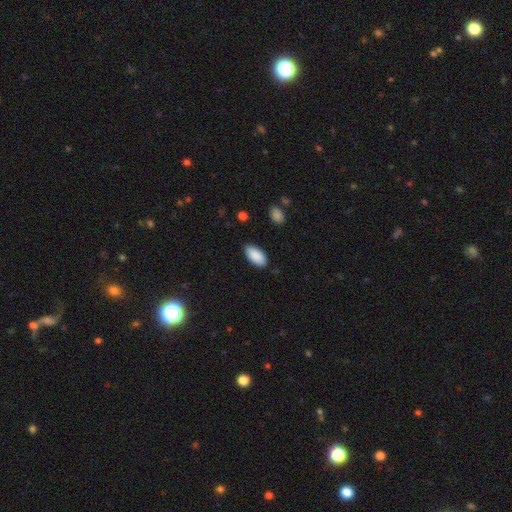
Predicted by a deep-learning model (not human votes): smooth 90%, star or artifact 6%, featured or disk 4%. Down the decision tree: how rounded — in between (94%); merging — none (86%).